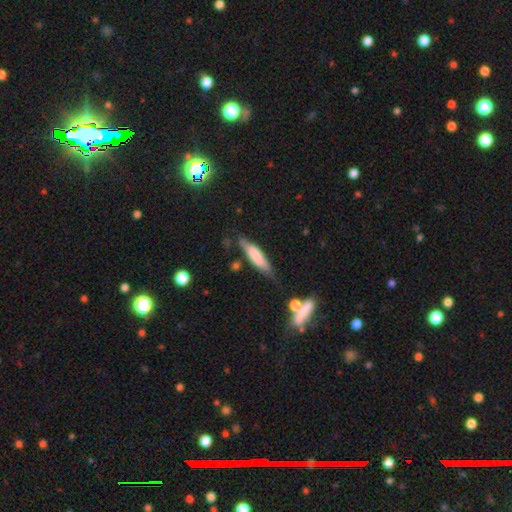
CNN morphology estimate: Smooth or featured?
  - smooth: 65% *
  - featured or disk: 28%
  - star or artifact: 7%
How rounded?
  - cigar-shaped: 71% *
  - in between: 27%
  - round: 2%
Merging?
  - none: 62% *
  - minor disturbance: 25%
  - major disturbance: 7%
  - merger: 5%